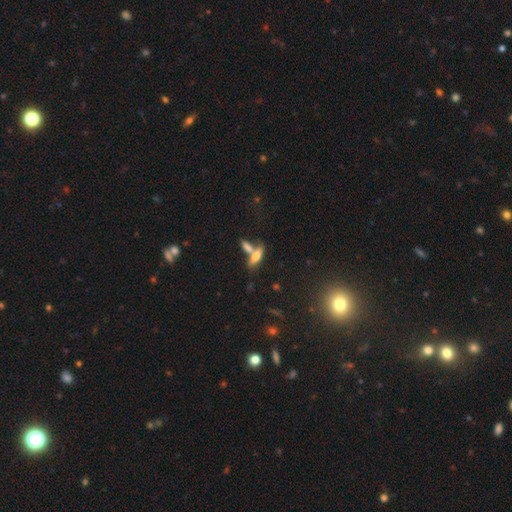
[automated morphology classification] The model was most divided on "merging" (2-way tie): none: 43%, merger: 43%, minor disturbance: 10%, major disturbance: 4%. More confident: smooth or featured — smooth (64%); how rounded — in between (55%).